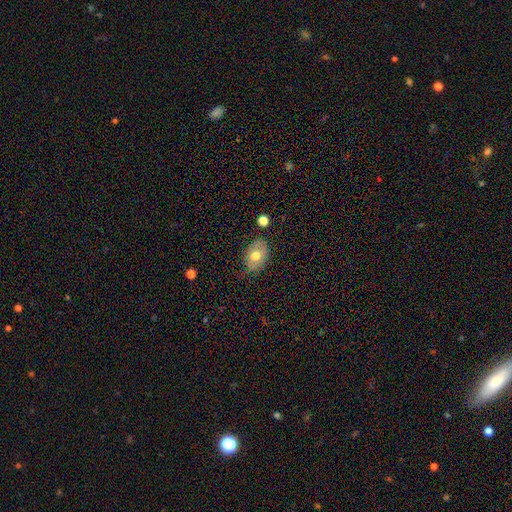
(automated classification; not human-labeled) A smooth galaxy with no disk features (65%) that is in between round and cigar-shaped (79%).

Vote fractions:
- Smooth or featured? smooth: 65% / featured or disk: 27% / star or artifact: 8%
- How rounded? in between: 79% / round: 20% / cigar-shaped: 1%
- Merging? none: 65% / minor disturbance: 26% / major disturbance: 6% / merger: 3%